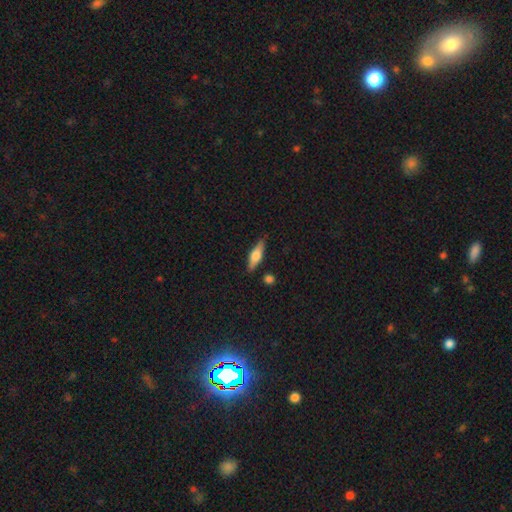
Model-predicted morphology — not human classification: The model was most divided on "smooth or featured" (2-way tie): featured or disk: 47%, smooth: 47%, star or artifact: 7%. More confident: merging — none (84%).